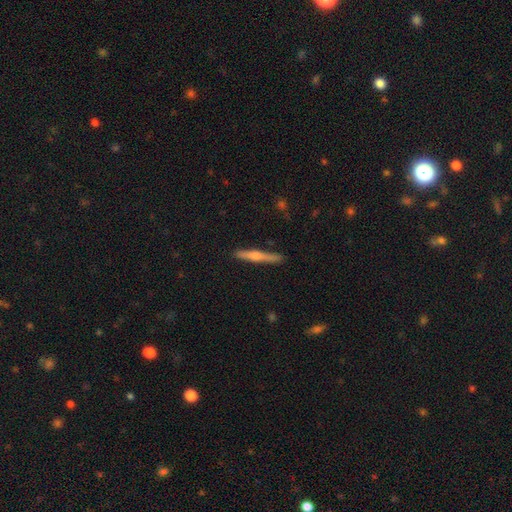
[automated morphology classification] smooth_or_featured: featured or disk (p=0.50) [alt: smooth p=0.44]
disk_edge_on: yes (p=0.97) [alt: no p=0.03]
merging: none (p=0.88) [alt: minor disturbance p=0.09]